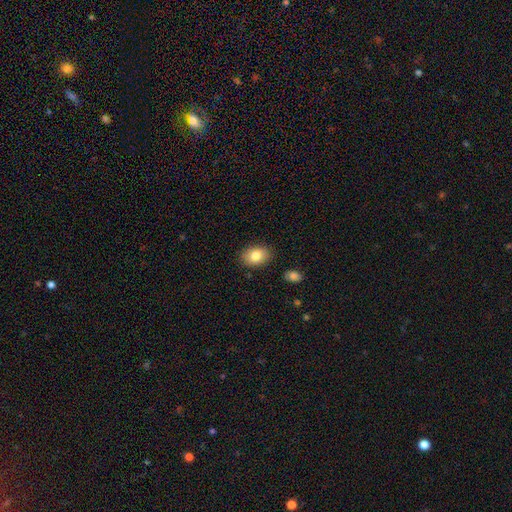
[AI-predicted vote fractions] Smooth or featured?
  - smooth: 82% *
  - featured or disk: 10%
  - star or artifact: 8%
How rounded?
  - in between: 76% *
  - round: 23%
  - cigar-shaped: 1%
Merging?
  - none: 87% *
  - minor disturbance: 9%
  - major disturbance: 2%
  - merger: 2%